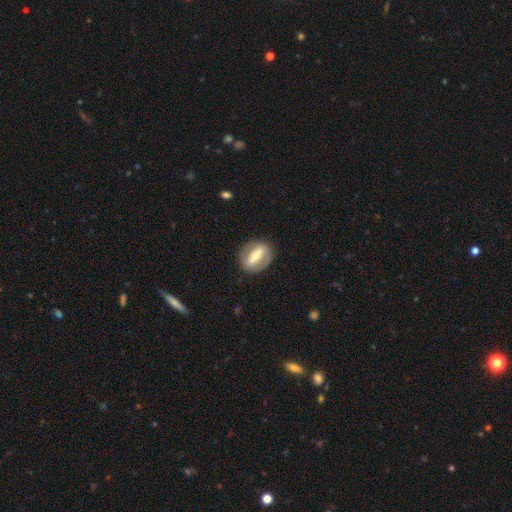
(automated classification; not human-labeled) featured or disk 57%, smooth 37%, star or artifact 6%. Down the decision tree: edge-on disk — no (82%); merging — none (82%).